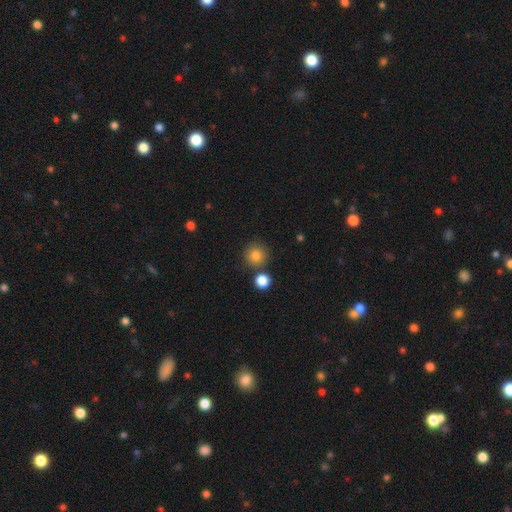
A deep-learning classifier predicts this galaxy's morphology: This appears to be a smooth galaxy with no disk features (82%) that is round (94%). Merging: none (81%).